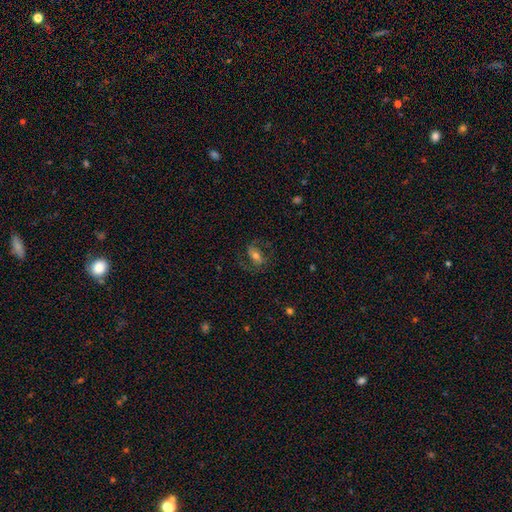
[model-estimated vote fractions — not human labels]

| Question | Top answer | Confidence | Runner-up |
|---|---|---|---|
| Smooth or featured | featured or disk | 45% | smooth (44%) |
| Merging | none | 69% | minor disturbance (17%) |